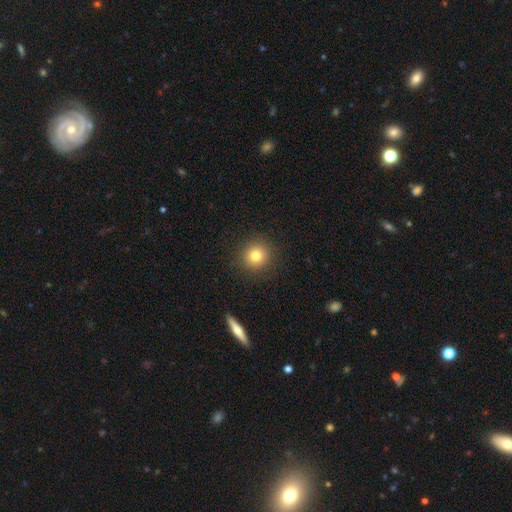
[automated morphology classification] smooth 81%, star or artifact 11%, featured or disk 8%. Down the decision tree: how rounded — round (92%); merging — none (90%).